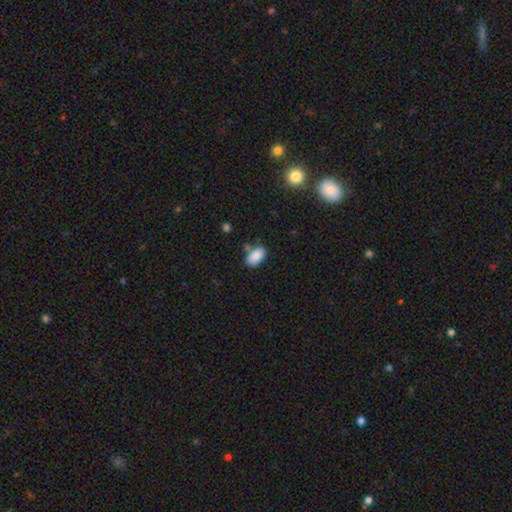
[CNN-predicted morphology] This is clearly a smooth galaxy (88%). How rounded: clearly in between (94%). Merging: likely none (69%).